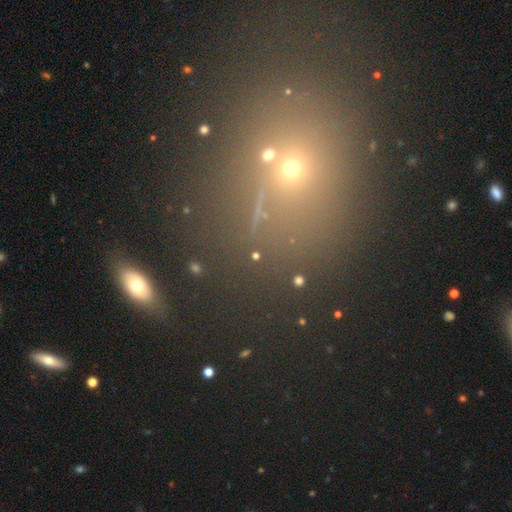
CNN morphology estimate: Q: Smooth or featured?
A: star or artifact (55%); runner-up: smooth (35%)